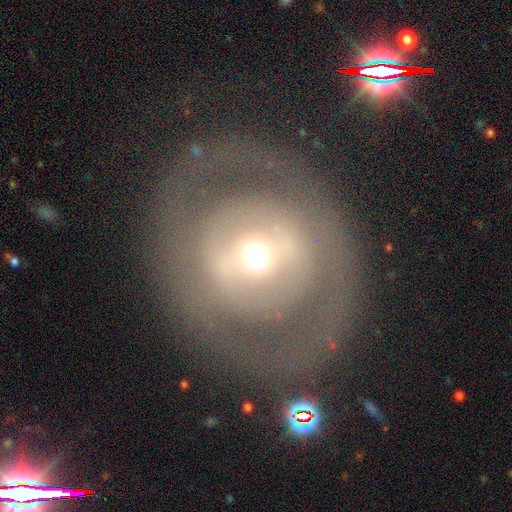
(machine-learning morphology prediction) type=featured or disk (63%); edge-on=no (94%); bar=no (51%); spiral arms=no (71%); bulge=moderate (56%); merging=none (76%).